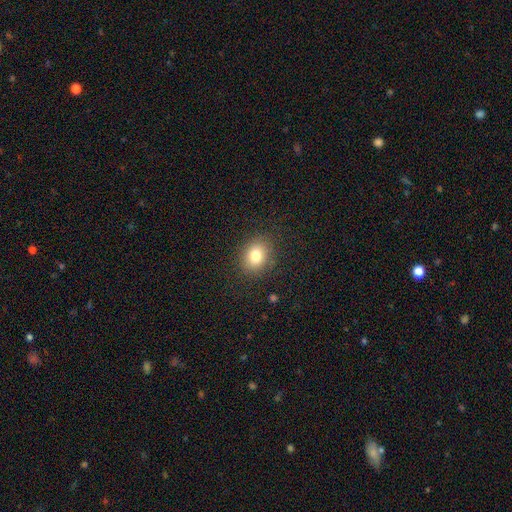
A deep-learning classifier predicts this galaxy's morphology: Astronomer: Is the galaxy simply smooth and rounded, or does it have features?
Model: smooth — 79%.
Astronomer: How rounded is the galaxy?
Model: round — 54% (runner-up: in between, 45%).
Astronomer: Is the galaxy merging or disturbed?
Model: none — 86%.